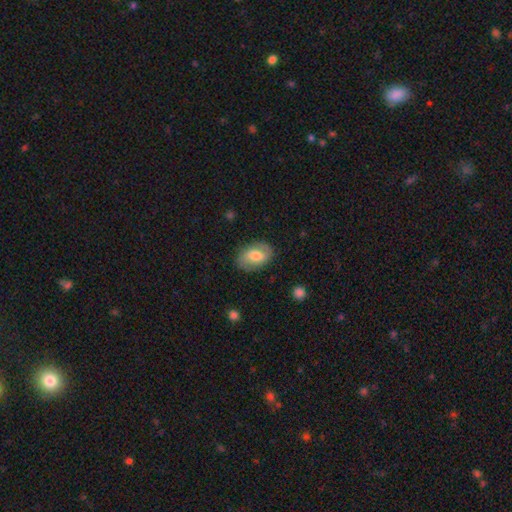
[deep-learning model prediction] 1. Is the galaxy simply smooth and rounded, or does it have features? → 61% smooth, 32% featured or disk, 7% star or artifact.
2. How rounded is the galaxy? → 85% in between, 14% round, 1% cigar-shaped.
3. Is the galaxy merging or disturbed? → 79% none, 15% minor disturbance, 5% major disturbance, 1% merger.